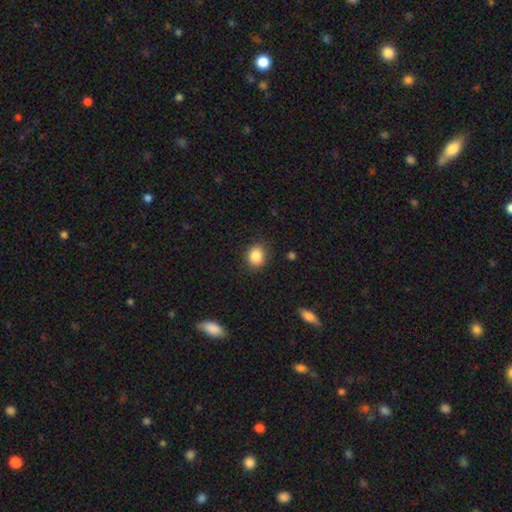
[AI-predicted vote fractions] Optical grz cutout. It shows a smooth galaxy with no disk features (86%) that is round (69%). Merging: none (85%).